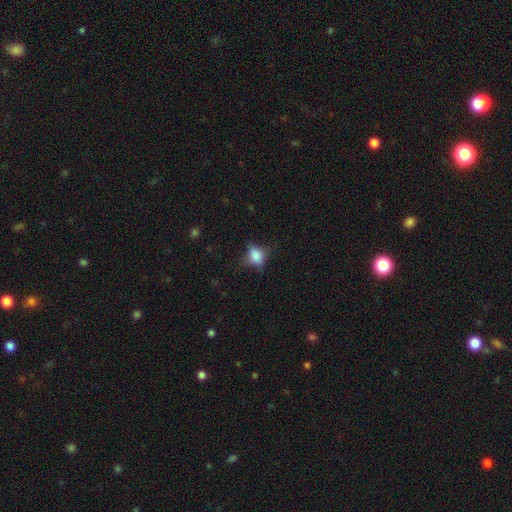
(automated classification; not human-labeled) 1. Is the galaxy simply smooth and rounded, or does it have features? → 72% smooth, 17% featured or disk, 11% star or artifact.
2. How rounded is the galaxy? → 56% in between, 41% round, 3% cigar-shaped.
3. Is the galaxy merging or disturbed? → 56% none, 29% minor disturbance, 14% major disturbance, 2% merger.